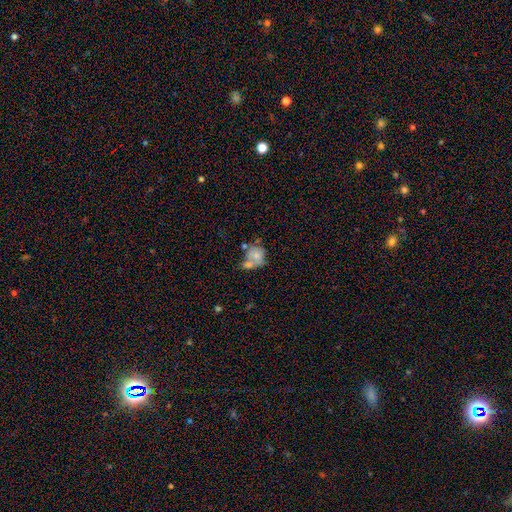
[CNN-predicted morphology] Smooth or featured?
  - smooth: 64% *
  - featured or disk: 27%
  - star or artifact: 9%
How rounded?
  - round: 66% *
  - in between: 33%
  - cigar-shaped: 1%
Merging?
  - merger: 50% *
  - none: 26%
  - minor disturbance: 14%
  - major disturbance: 9%